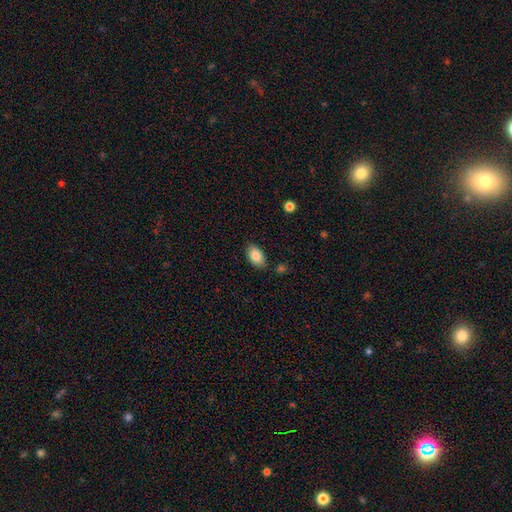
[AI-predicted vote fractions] Overall: smooth (86%). How rounded: in between (92%). Merging: none (83%).